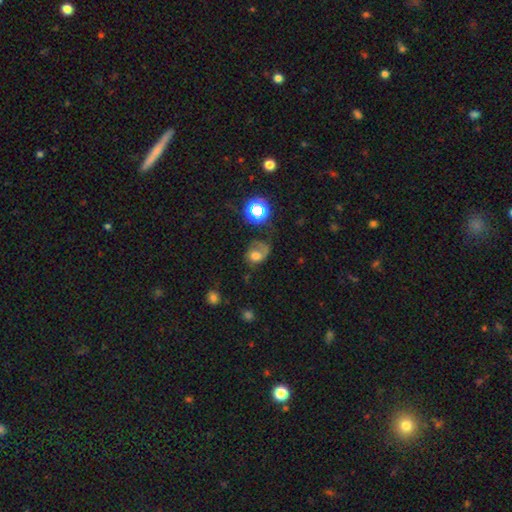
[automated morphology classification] Smooth or featured?
  - smooth: 45% *
  - featured or disk: 39%
  - star or artifact: 16%
Merging?
  - major disturbance: 37% *
  - none: 33%
  - minor disturbance: 25%
  - merger: 4%